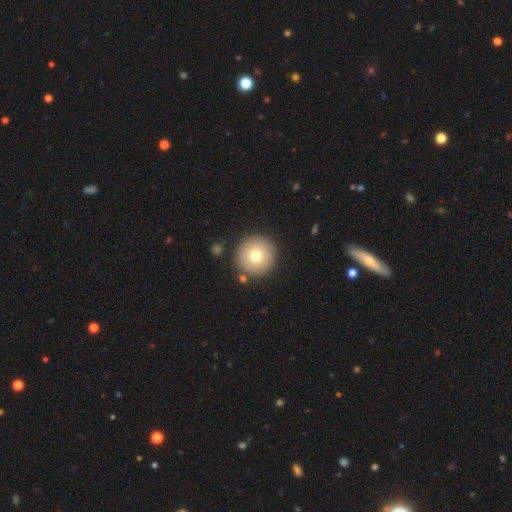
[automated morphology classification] smooth 77%, featured or disk 14%, star or artifact 10%. Down the decision tree: how rounded — round (96%); merging — none (87%).